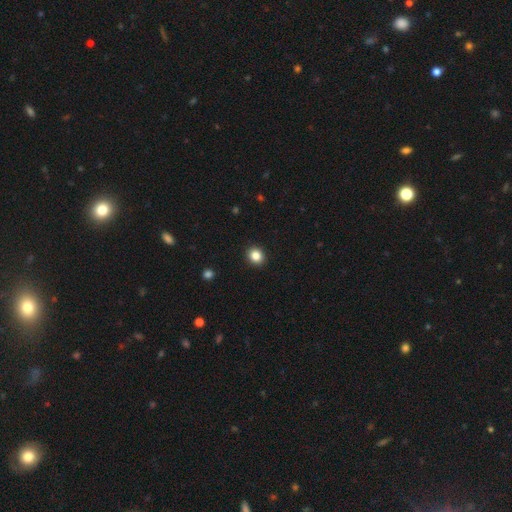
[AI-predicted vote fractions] A smooth galaxy with no disk features (85%) that is round (77%). Merging: none (92%).